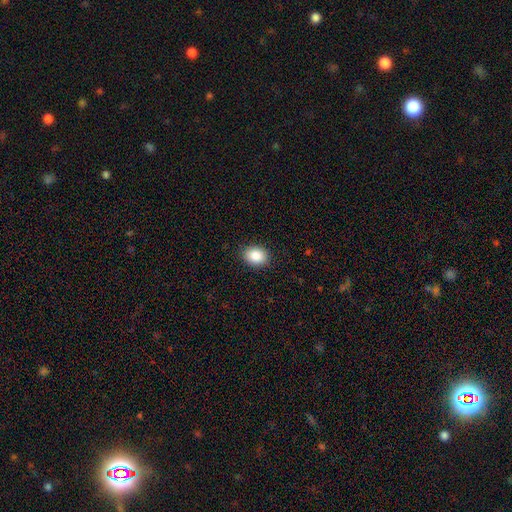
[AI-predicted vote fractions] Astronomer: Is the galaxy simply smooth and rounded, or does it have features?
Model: smooth — 87%.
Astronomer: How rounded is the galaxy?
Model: in between — 60% (runner-up: round, 39%).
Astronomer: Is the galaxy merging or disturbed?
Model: none — 89%.